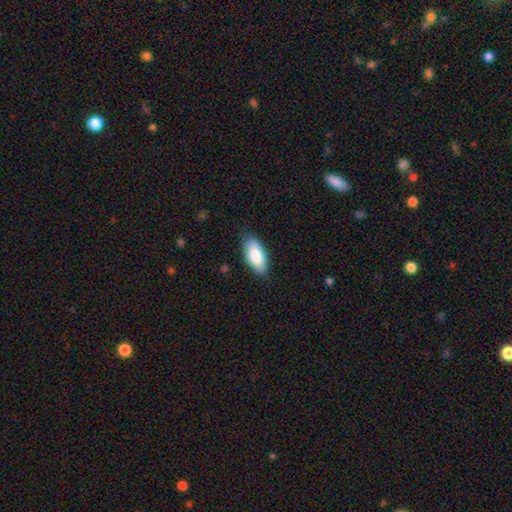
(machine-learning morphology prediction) Overall: smooth (85%). How rounded: in between (90%). Merging: none (79%).